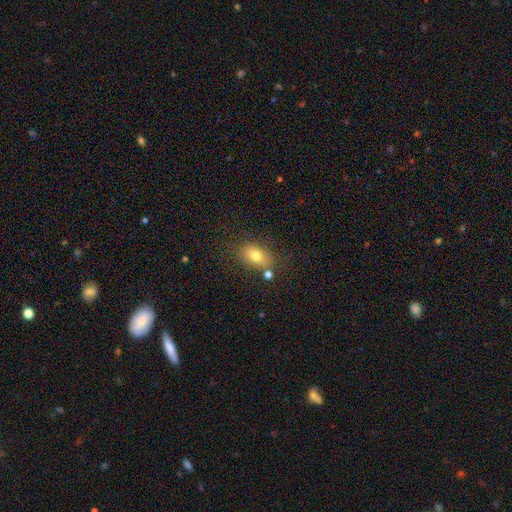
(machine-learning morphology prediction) This appears to be a smooth galaxy with no disk features (76%) that is in between round and cigar-shaped (81%). Merging: none (73%).